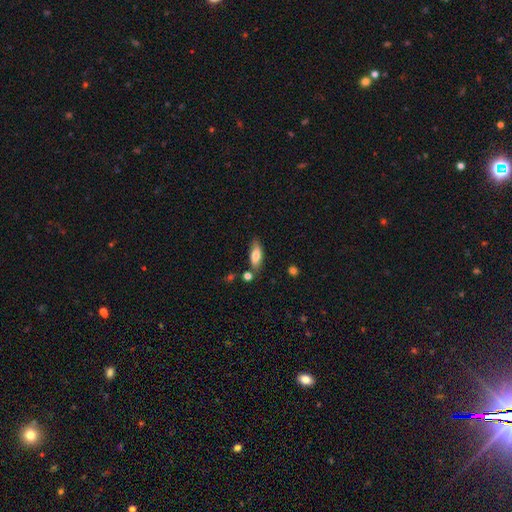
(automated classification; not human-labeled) This is likely a smooth galaxy (75%). How rounded: likely in between (72%). Merging: likely none (71%).